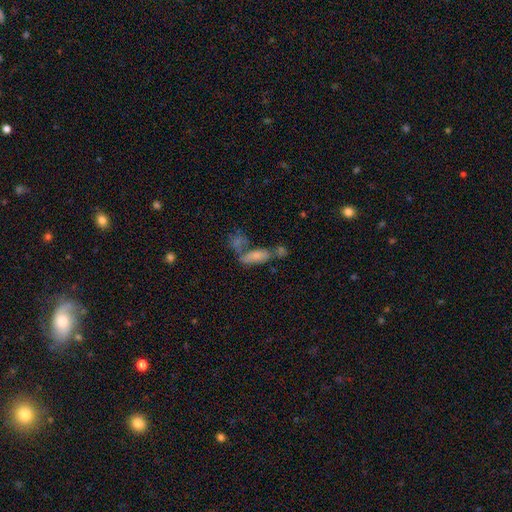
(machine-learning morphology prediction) A smooth galaxy with no disk features (68%) that is in between round and cigar-shaped (67%).

Vote fractions:
- Smooth or featured? smooth: 68% / featured or disk: 21% / star or artifact: 12%
- How rounded? in between: 67% / cigar-shaped: 29% / round: 4%
- Merging? merger: 44% / none: 33% / minor disturbance: 13% / major disturbance: 10%